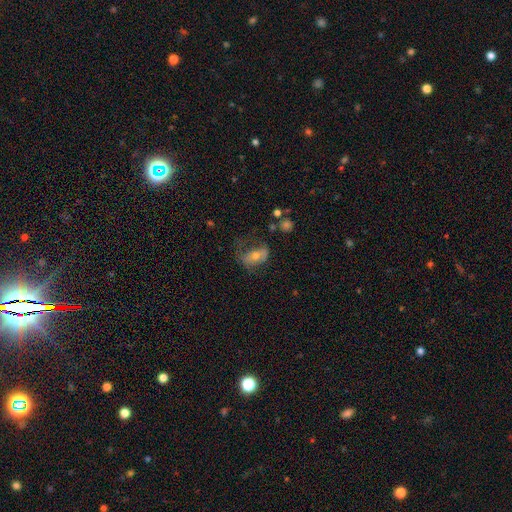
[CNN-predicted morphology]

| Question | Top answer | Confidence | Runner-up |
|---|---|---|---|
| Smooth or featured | smooth | 45% | featured or disk (42%) |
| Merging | none | 38% | major disturbance (34%) |